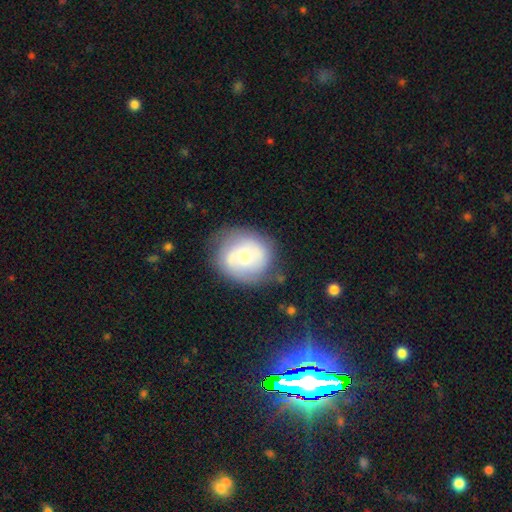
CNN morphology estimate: The model was most divided on "smooth or featured" (2-way tie): featured or disk: 46%, smooth: 46%, star or artifact: 8%. More confident: merging — none (65%).